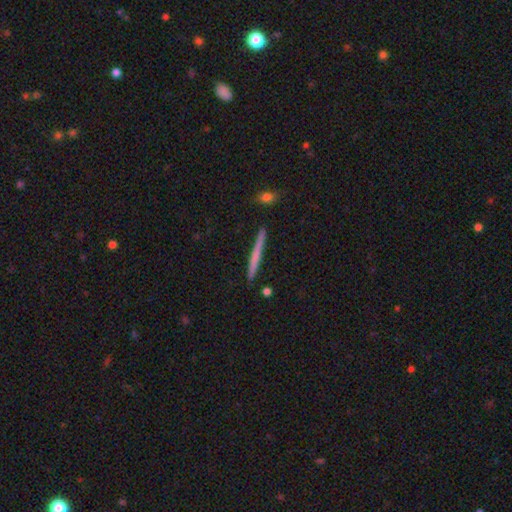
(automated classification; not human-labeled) Smooth or featured? Predicted: smooth (p=0.57). How rounded? Predicted: cigar-shaped (p=0.97). Merging? Predicted: none (p=0.91).